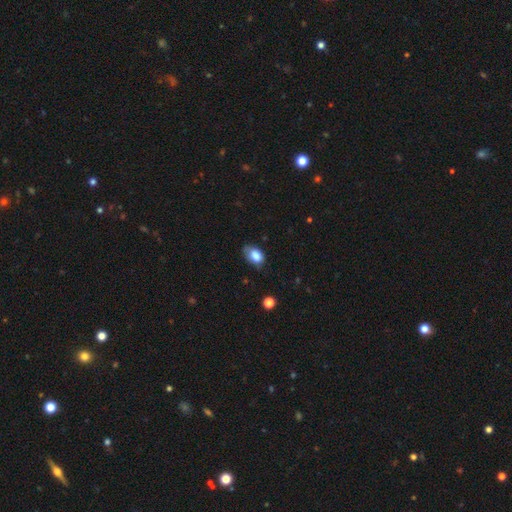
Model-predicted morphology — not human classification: smooth-or-featured: smooth: 81% | featured or disk: 11% | star or artifact: 8%
  how-rounded: in between: 85% | round: 14% | cigar-shaped: 1%
  merging: none: 57% | minor disturbance: 34% | major disturbance: 7% | merger: 2%